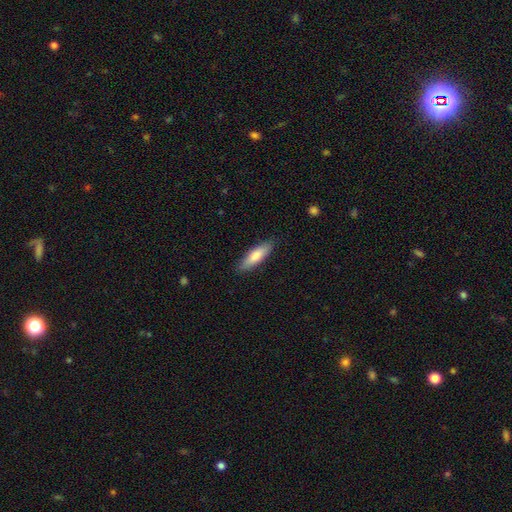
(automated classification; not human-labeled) A smooth galaxy with no disk features (77%) that is cigar-shaped (61%).

Vote fractions:
- Smooth or featured? smooth: 77% / featured or disk: 17% / star or artifact: 5%
- How rounded? cigar-shaped: 61% / in between: 38% / round: 2%
- Merging? none: 88% / minor disturbance: 9% / major disturbance: 2% / merger: 1%